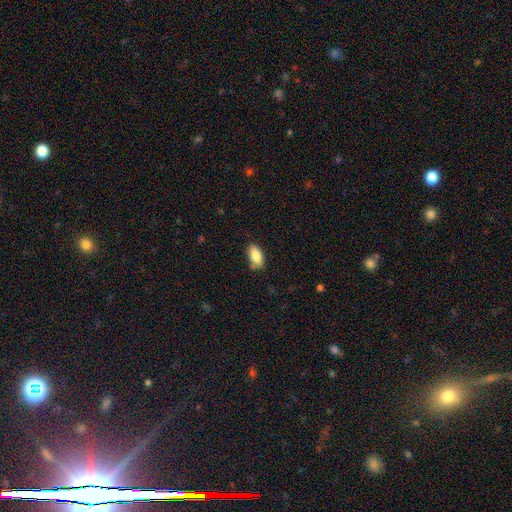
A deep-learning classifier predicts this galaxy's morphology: type=smooth (83%); roundness=in between (89%); merging=none (80%).